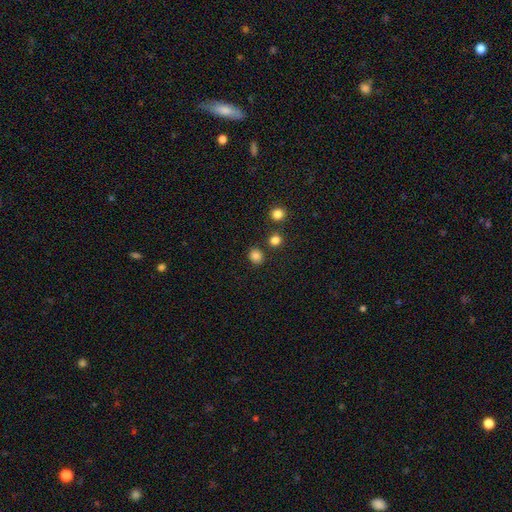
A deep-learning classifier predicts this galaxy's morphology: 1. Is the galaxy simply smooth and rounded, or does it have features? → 83% smooth, 13% star or artifact, 4% featured or disk.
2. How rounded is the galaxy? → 78% round, 22% in between, 1% cigar-shaped.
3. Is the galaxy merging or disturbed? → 84% none, 8% minor disturbance, 6% merger, 3% major disturbance.